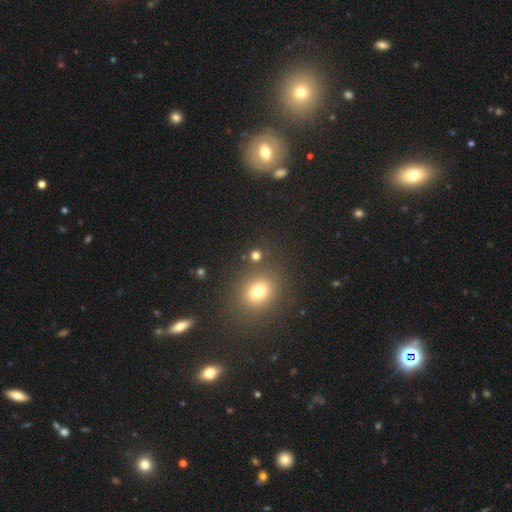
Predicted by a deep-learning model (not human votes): This is likely a smooth galaxy (70%). How rounded: clearly round (84%). Merging: likely none (80%).